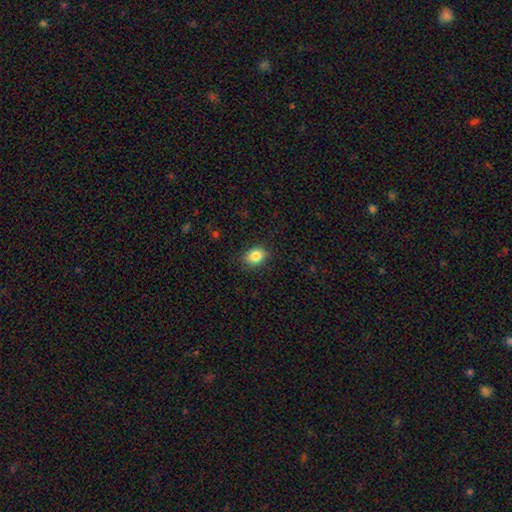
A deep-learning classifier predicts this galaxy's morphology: Smooth or featured: smooth — 85% (star or artifact — 9%)
How rounded: in between — 63% (round — 36%)
Merging: none — 85% (minor disturbance — 12%)